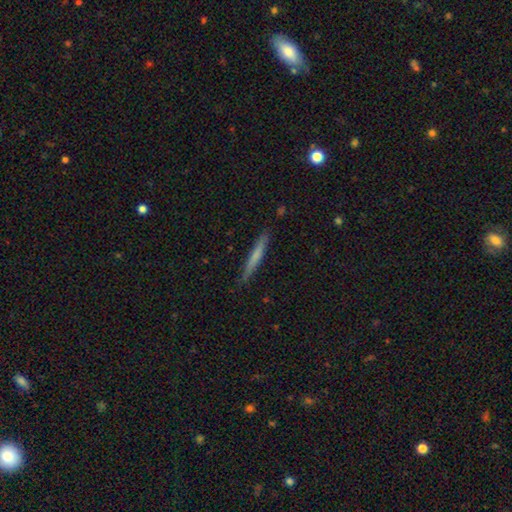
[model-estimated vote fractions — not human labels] Smooth or featured: smooth — 62% (featured or disk — 32%)
How rounded: cigar-shaped — 96% (in between — 3%)
Merging: none — 88% (minor disturbance — 9%)